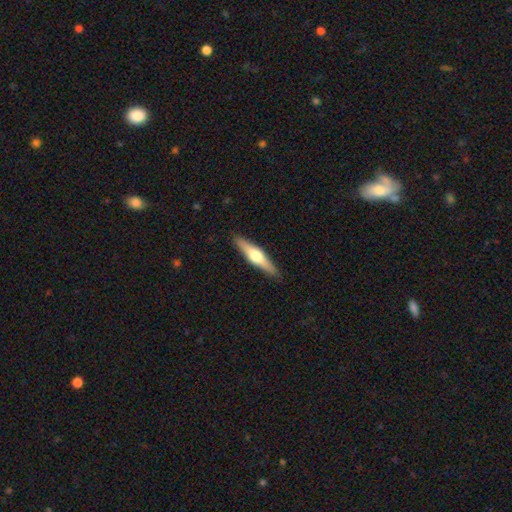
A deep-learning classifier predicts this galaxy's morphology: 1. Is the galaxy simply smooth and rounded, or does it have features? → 59% featured or disk, 35% smooth, 5% star or artifact.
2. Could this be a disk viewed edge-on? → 96% yes, 4% no.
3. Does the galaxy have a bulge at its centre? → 93% rounded, 4% boxy, 2% none.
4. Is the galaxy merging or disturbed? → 90% none, 7% minor disturbance, 2% major disturbance, 1% merger.